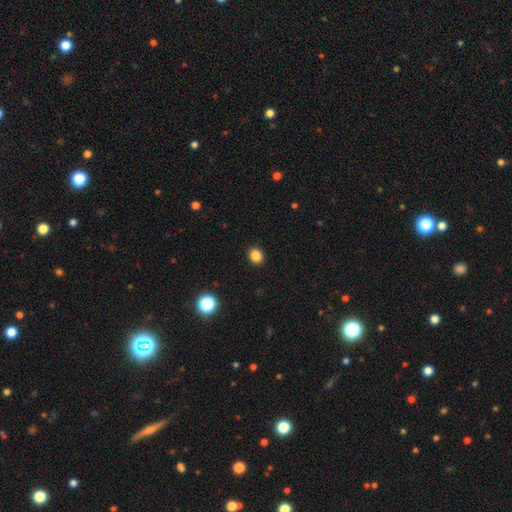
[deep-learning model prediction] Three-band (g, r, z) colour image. It shows a smooth galaxy with no disk features (85%) that is round (60%). Merging: none (91%).